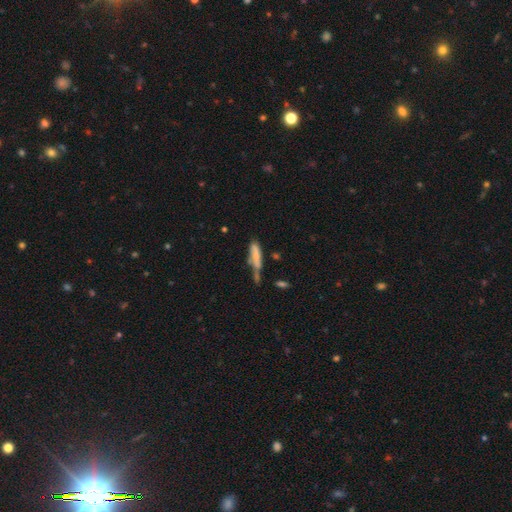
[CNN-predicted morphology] smooth_or_featured: smooth (p=0.69) [alt: featured or disk p=0.23]
how_rounded: cigar-shaped (p=0.69) [alt: in between p=0.29]
merging: none (p=0.35) [alt: merger p=0.26]